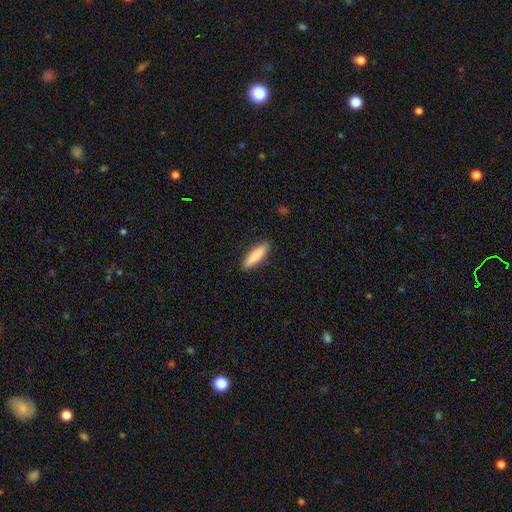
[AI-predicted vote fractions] A smooth galaxy with no disk features (86%) that is cigar-shaped (66%).

Vote fractions:
- Smooth or featured? smooth: 86% / featured or disk: 8% / star or artifact: 6%
- How rounded? cigar-shaped: 66% / in between: 32% / round: 1%
- Merging? none: 89% / minor disturbance: 8% / major disturbance: 2% / merger: 1%